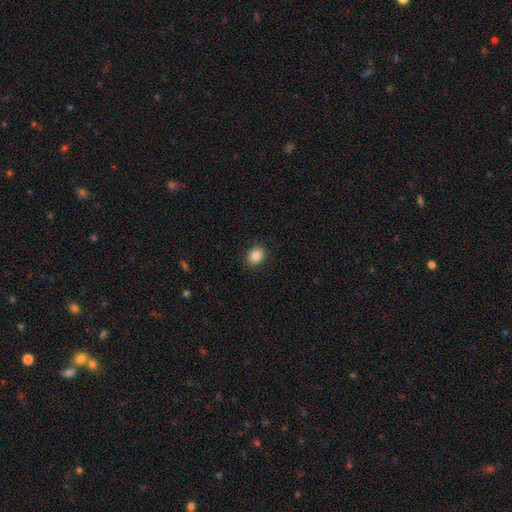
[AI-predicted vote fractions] Overall: smooth (86%). How rounded: in between (56%; round 43%). Merging: none (89%).